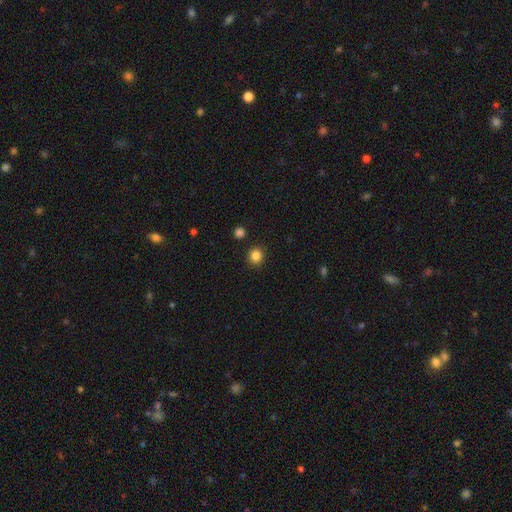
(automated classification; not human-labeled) smooth_or_featured: smooth (p=0.85) [alt: star or artifact p=0.11]
how_rounded: round (p=0.87) [alt: in between p=0.12]
merging: none (p=0.89) [alt: minor disturbance p=0.06]